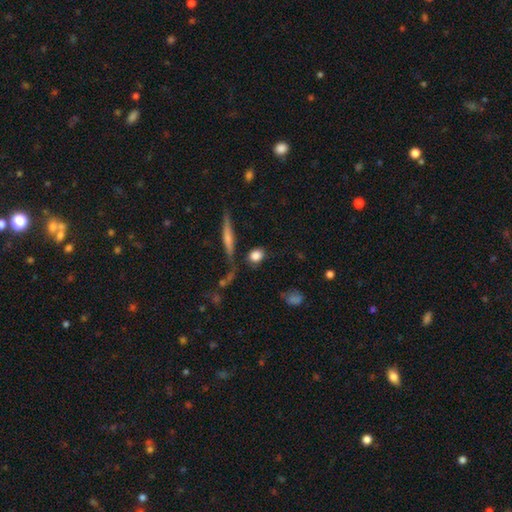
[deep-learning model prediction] The model was most divided on "how rounded": round: 55%, in between: 38%, cigar-shaped: 7%. More confident: smooth or featured — smooth (82%); merging — none (74%).